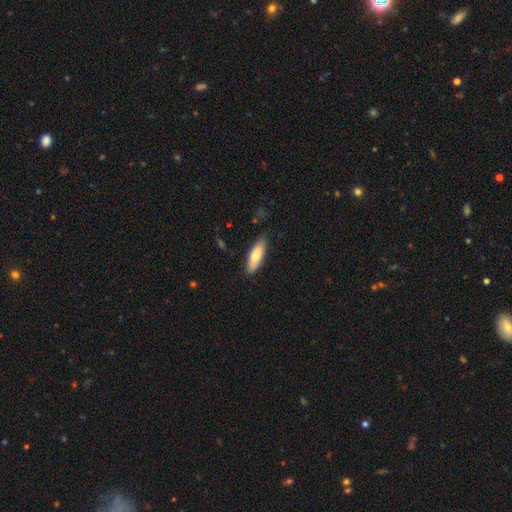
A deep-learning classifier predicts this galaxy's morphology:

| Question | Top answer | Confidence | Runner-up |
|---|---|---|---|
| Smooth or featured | smooth | 79% | featured or disk (15%) |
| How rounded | in between | 51% | cigar-shaped (47%) |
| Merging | none | 80% | minor disturbance (16%) |